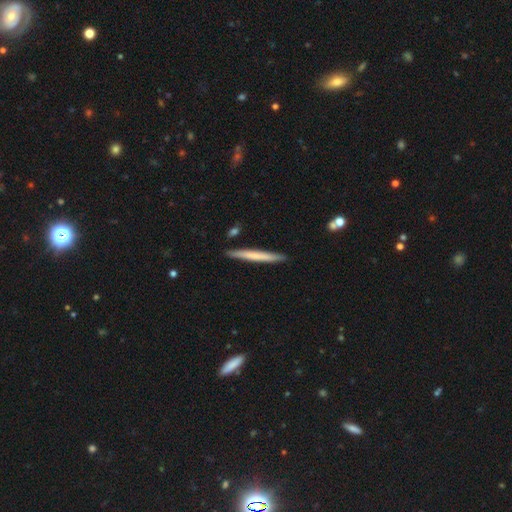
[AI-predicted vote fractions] Smooth or featured?
  - smooth: 63% *
  - featured or disk: 32%
  - star or artifact: 5%
How rounded?
  - cigar-shaped: 97% *
  - in between: 2%
  - round: 1%
Merging?
  - none: 91% *
  - minor disturbance: 7%
  - merger: 2%
  - major disturbance: 1%